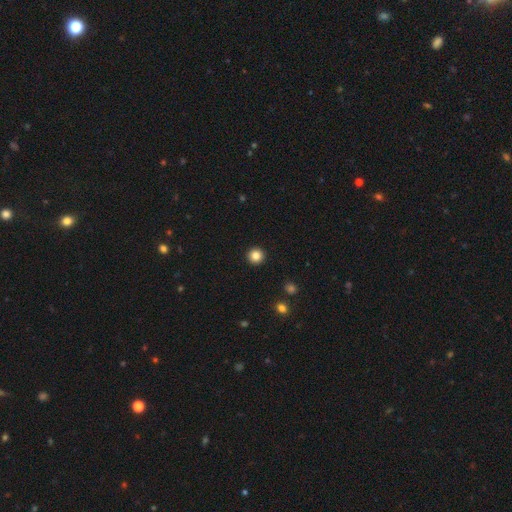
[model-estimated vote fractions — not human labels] Smooth or featured?
  - smooth: 84% *
  - star or artifact: 11%
  - featured or disk: 5%
How rounded?
  - round: 96% *
  - in between: 3%
  - cigar-shaped: 1%
Merging?
  - none: 94% *
  - minor disturbance: 4%
  - major disturbance: 1%
  - merger: 1%